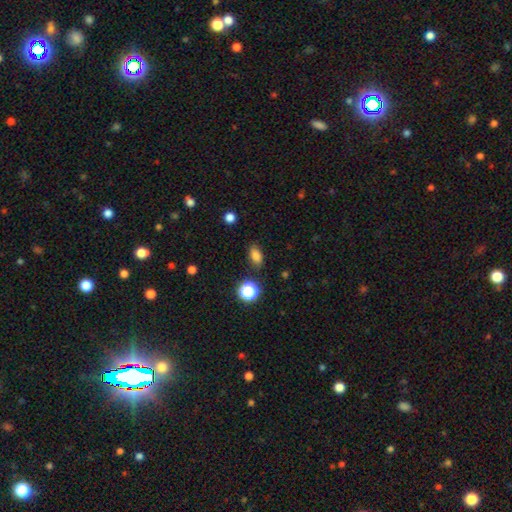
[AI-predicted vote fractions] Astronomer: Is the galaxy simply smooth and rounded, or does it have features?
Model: smooth — 81%.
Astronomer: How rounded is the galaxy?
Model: in between — 82%.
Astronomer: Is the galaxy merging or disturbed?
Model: none — 82%.